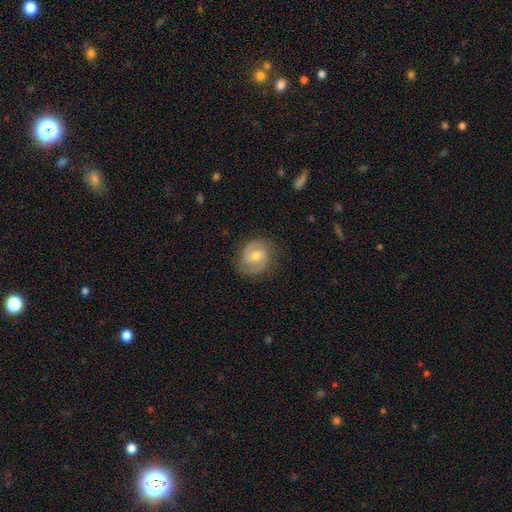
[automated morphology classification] smooth-or-featured: featured or disk: 69% | smooth: 23% | star or artifact: 7%
  disk-edge-on: no: 97% | yes: 3%
    bar: weak: 44% (tied) | no: 44% (tied) | strong: 12%
    has-spiral-arms: yes: 90% | no: 10%
      spiral-winding: medium: 46% | tight: 36% | loose: 18%
      spiral-arm-count: 2: 84% | can't tell: 8% | 1: 3% | 3: 3% | 4: 1% | more than 4: 1%
    bulge-size: moderate: 60% | small: 35% | large: 3% | none: 1% | dominant: 1%
  merging: none: 79% | minor disturbance: 15% | major disturbance: 5% | merger: 1%